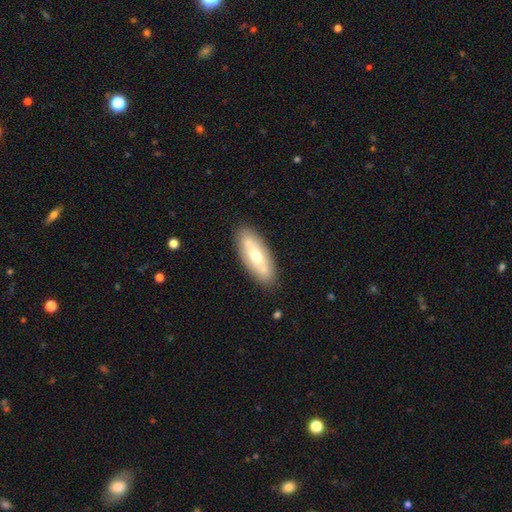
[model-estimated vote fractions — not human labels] The model was most divided on "smooth or featured": smooth: 53%, featured or disk: 41%, star or artifact: 6%. More confident: merging — none (84%); how rounded — in between (79%).